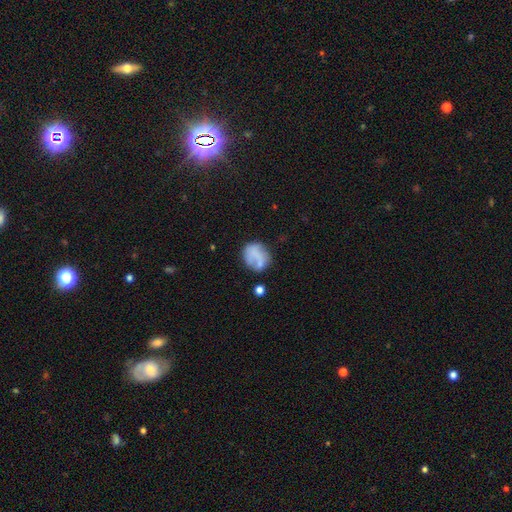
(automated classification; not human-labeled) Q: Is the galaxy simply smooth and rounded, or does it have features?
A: smooth — 63%.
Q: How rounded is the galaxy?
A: round — 69%.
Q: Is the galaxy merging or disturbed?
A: none — 50%.